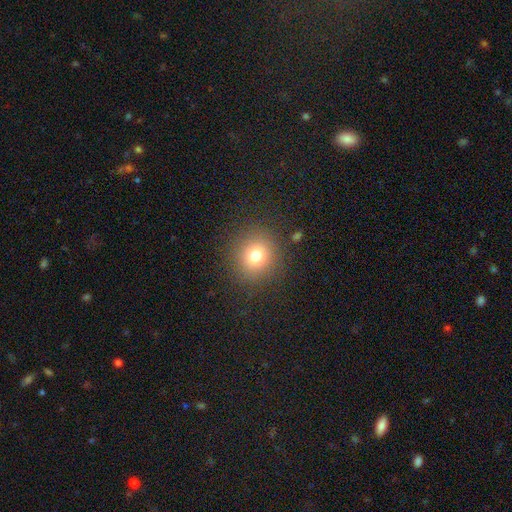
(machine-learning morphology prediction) Smooth or featured: smooth — 77% (star or artifact — 14%)
How rounded: round — 88% (in between — 12%)
Merging: none — 88% (minor disturbance — 7%)